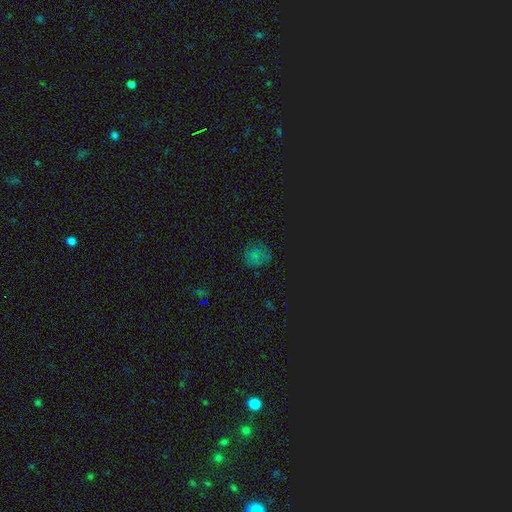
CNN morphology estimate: Smooth or featured?
  - smooth: 59% *
  - star or artifact: 32%
  - featured or disk: 10%
How rounded?
  - round: 84% *
  - in between: 15%
  - cigar-shaped: 1%
Merging?
  - none: 75% *
  - minor disturbance: 18%
  - major disturbance: 6%
  - merger: 2%